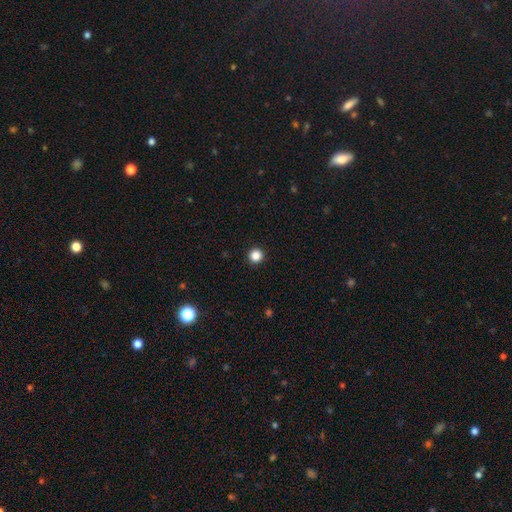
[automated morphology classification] A smooth galaxy with no disk features (86%) that is round (96%). Merging: none (94%).